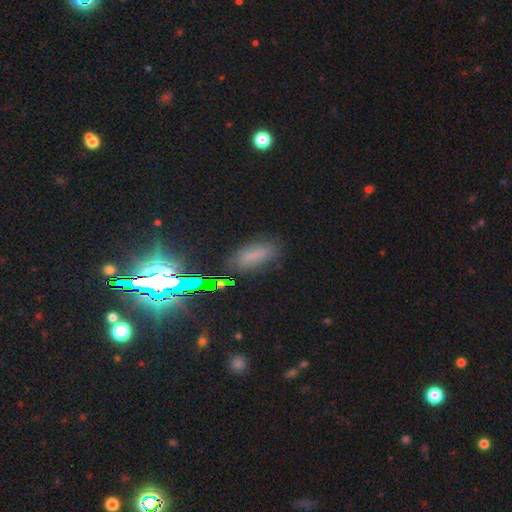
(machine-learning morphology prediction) This appears to be a smooth galaxy with no disk features (49%). Merging: none (78%).